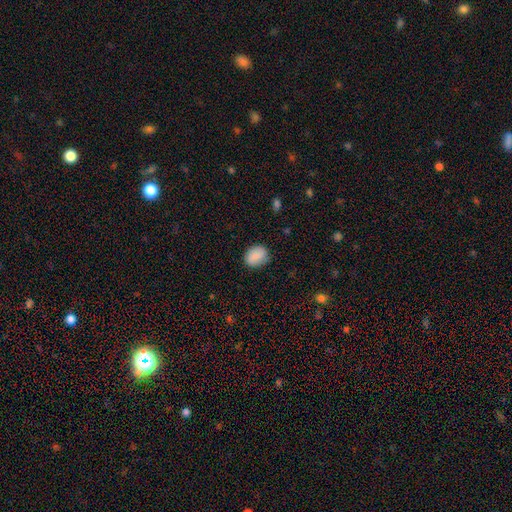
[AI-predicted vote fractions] The model was most divided on "how rounded": in between: 51%, round: 48%, cigar-shaped: 1%. More confident: smooth or featured — smooth (86%); merging — none (82%).